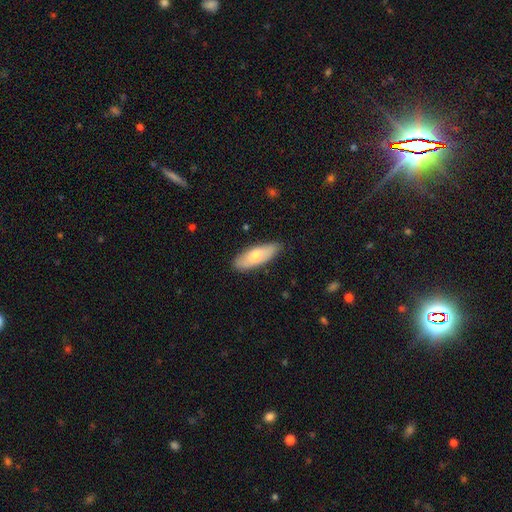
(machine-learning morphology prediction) smooth-or-featured: smooth: 70% | featured or disk: 25% | star or artifact: 5%
  how-rounded: in between: 66% | cigar-shaped: 32% | round: 2%
  merging: none: 81% | minor disturbance: 15% | major disturbance: 2% | merger: 1%